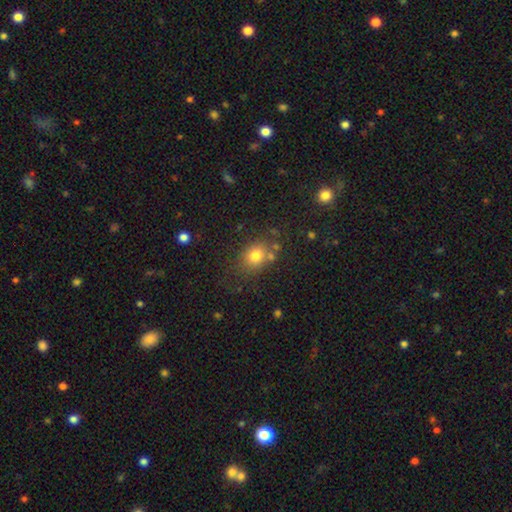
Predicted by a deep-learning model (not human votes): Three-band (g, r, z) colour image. It shows a smooth galaxy with no disk features (77%) that is round (57%). Merging: none (69%).